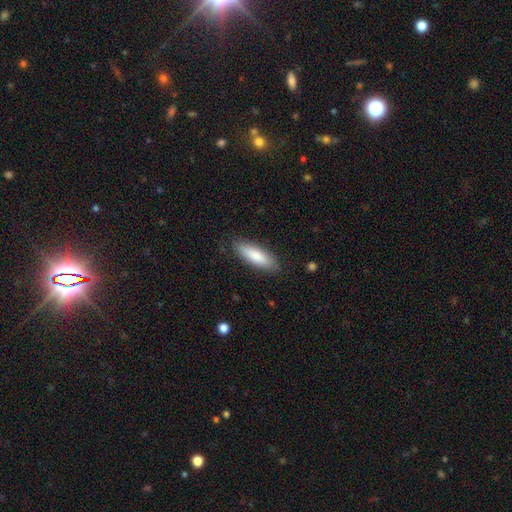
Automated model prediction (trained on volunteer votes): This appears to be a smooth galaxy with no disk features (83%) that is in between round and cigar-shaped (51%). Merging: none (86%).